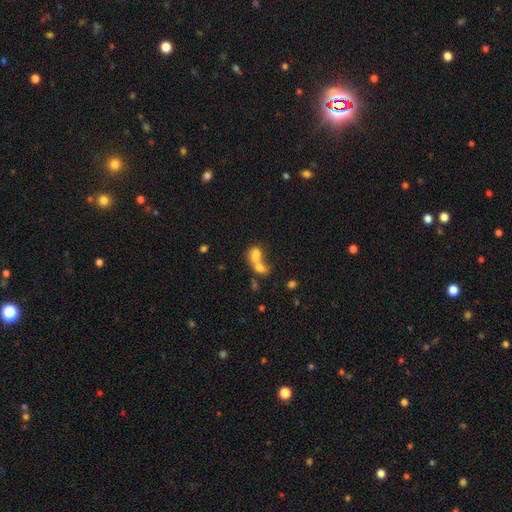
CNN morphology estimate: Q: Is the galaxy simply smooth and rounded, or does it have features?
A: smooth — 72%.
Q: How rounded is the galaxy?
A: in between — 70%.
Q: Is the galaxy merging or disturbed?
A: merger — 72%.